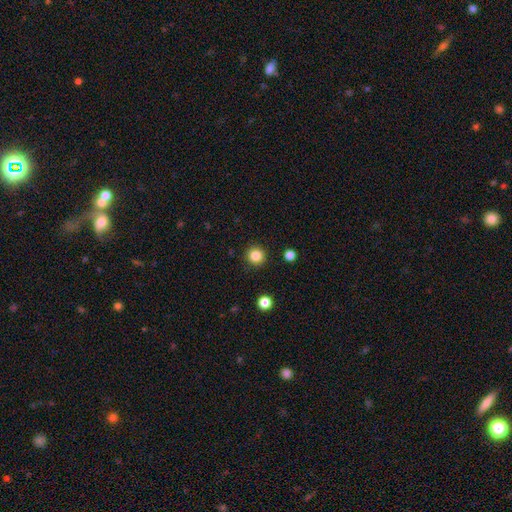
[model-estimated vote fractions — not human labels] smooth_or_featured: smooth (p=0.84) [alt: star or artifact p=0.12]
how_rounded: round (p=0.96) [alt: in between p=0.03]
merging: none (p=0.92) [alt: minor disturbance p=0.05]